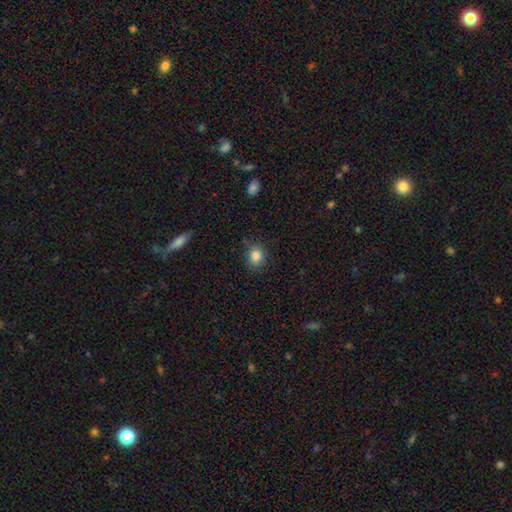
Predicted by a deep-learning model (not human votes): This appears to be a smooth galaxy with no disk features (84%) that is round (60%). Merging: none (81%).